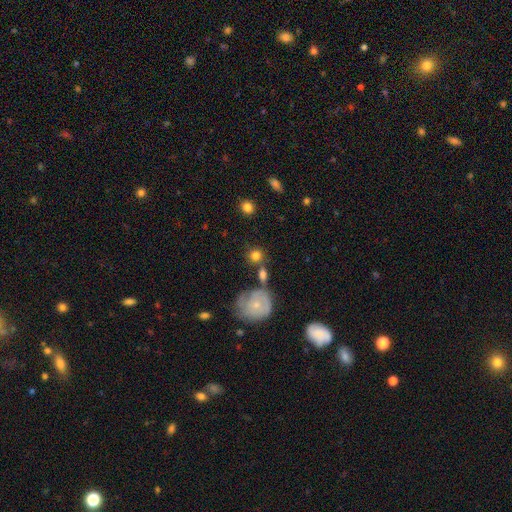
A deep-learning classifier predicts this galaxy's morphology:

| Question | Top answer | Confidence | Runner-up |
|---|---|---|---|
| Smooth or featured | smooth | 75% | featured or disk (16%) |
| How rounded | round | 85% | in between (14%) |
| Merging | none | 66% | merger (15%) |